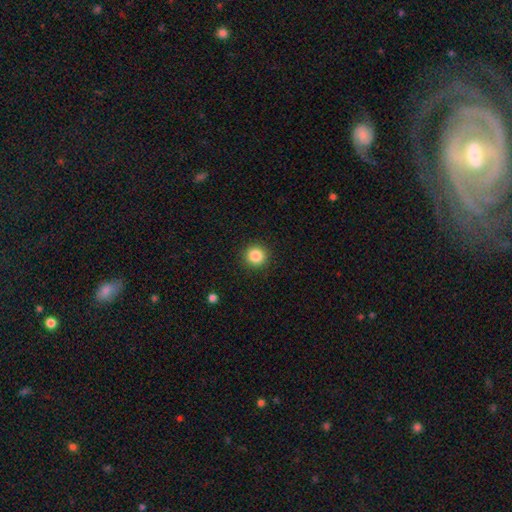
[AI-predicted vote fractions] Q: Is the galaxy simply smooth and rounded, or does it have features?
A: smooth — 86%.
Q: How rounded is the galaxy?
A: round — 95%.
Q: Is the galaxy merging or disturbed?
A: none — 92%.